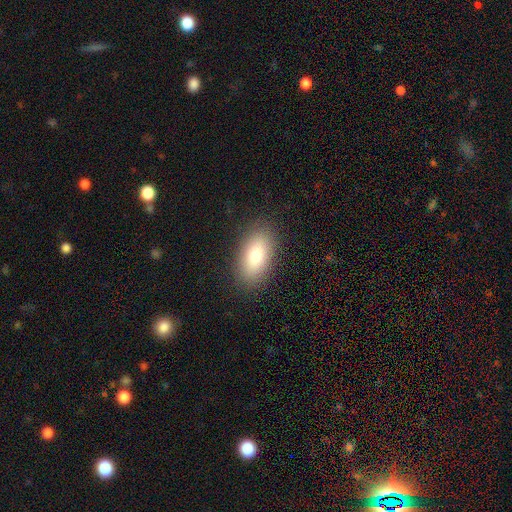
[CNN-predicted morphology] This appears to be a smooth galaxy with no disk features (81%) that is in between round and cigar-shaped (91%). Merging: none (88%).